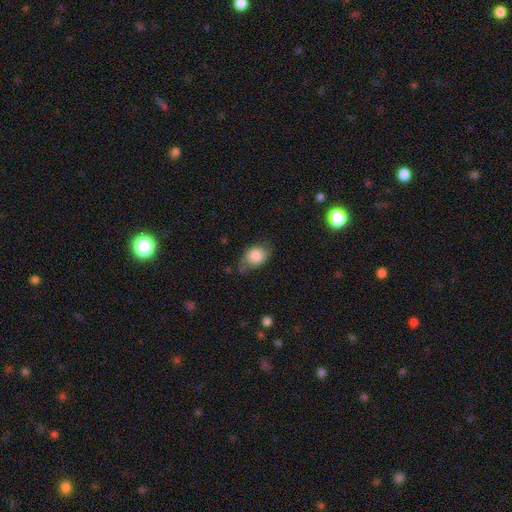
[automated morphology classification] type=smooth (83%); roundness=in between (63%); merging=none (54%).